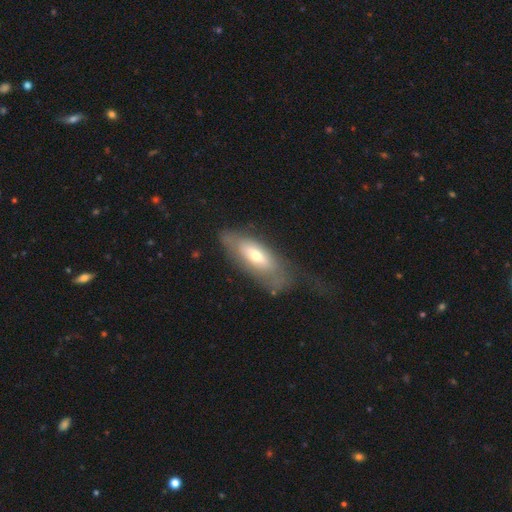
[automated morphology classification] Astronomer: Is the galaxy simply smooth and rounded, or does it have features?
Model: smooth — 51% (runner-up: featured or disk, 42%).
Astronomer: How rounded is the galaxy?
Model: in between — 71%.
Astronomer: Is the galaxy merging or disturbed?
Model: none — 45% (runner-up: minor disturbance, 27%).